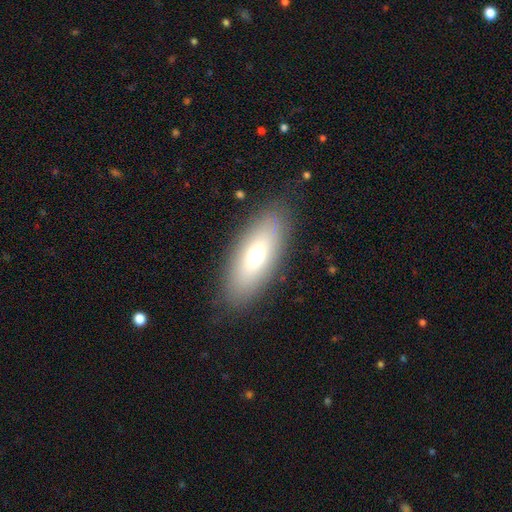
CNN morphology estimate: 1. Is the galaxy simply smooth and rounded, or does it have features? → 65% smooth, 27% featured or disk, 9% star or artifact.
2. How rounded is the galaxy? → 74% in between, 23% cigar-shaped, 3% round.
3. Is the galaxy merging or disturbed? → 86% none, 10% minor disturbance, 3% major disturbance, 1% merger.